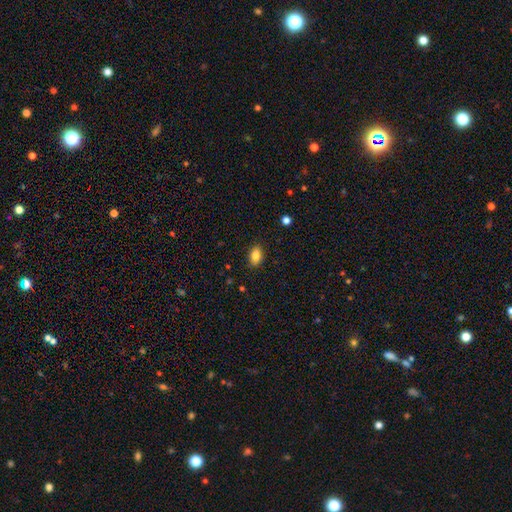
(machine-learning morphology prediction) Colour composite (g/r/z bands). It shows a smooth galaxy with no disk features (83%) that is in between round and cigar-shaped (85%). Merging: none (86%).